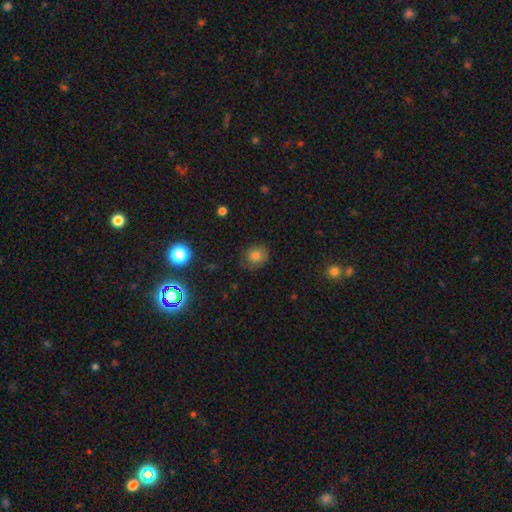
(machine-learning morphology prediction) A smooth galaxy with no disk features (75%) that is round (75%). Merging: none (75%).